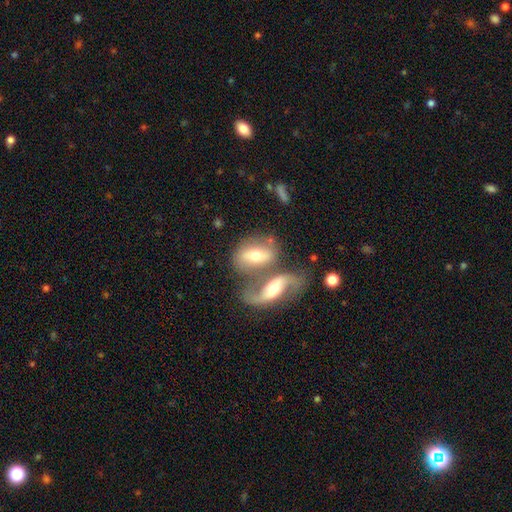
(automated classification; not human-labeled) A featured or disk galaxy (55%).

Vote fractions:
- Smooth or featured? featured or disk: 55% / smooth: 38% / star or artifact: 7%
- Edge-on disk? no: 82% / yes: 18%
- Merging? merger: 55% / none: 29% / minor disturbance: 9% / major disturbance: 6%